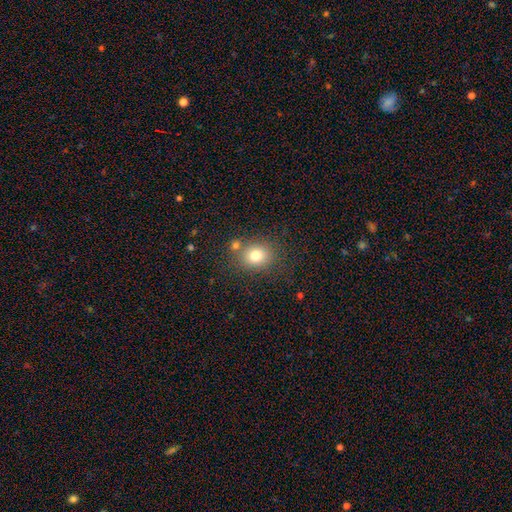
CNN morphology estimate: smooth_or_featured: smooth (p=0.78) [alt: star or artifact p=0.13]
how_rounded: round (p=0.69) [alt: in between p=0.30]
merging: none (p=0.74) [alt: minor disturbance p=0.11]